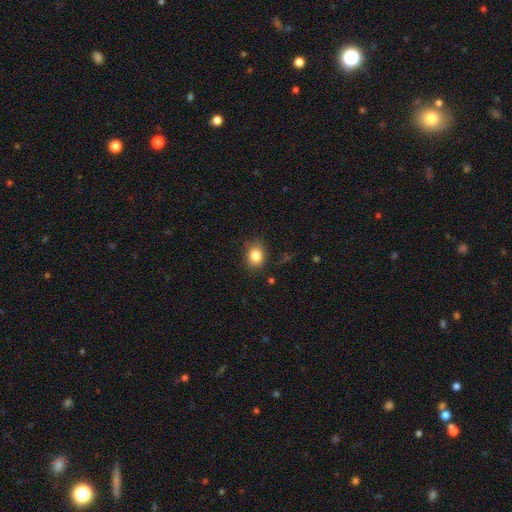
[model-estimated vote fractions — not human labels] smooth-or-featured: smooth: 83% | star or artifact: 10% | featured or disk: 7%
  how-rounded: round: 54% | in between: 45% | cigar-shaped: 1%
  merging: none: 81% | minor disturbance: 14% | major disturbance: 4% | merger: 2%